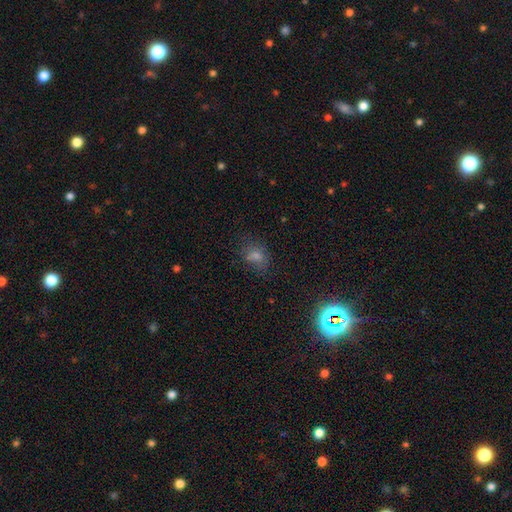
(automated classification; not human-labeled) Morphology: type=smooth (53%); roundness=in between (54%); merging=none (66%).